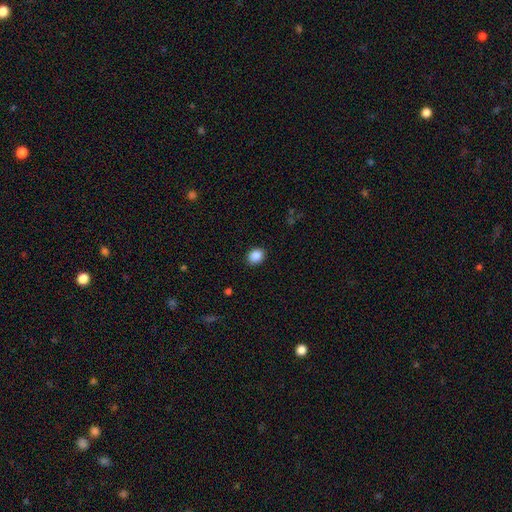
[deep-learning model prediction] A smooth galaxy with no disk features (89%) that is in between round and cigar-shaped (51%).

Vote fractions:
- Smooth or featured? smooth: 89% / star or artifact: 8% / featured or disk: 3%
- How rounded? in between: 51% / round: 48% / cigar-shaped: 1%
- Merging? none: 90% / minor disturbance: 7% / major disturbance: 2% / merger: 1%